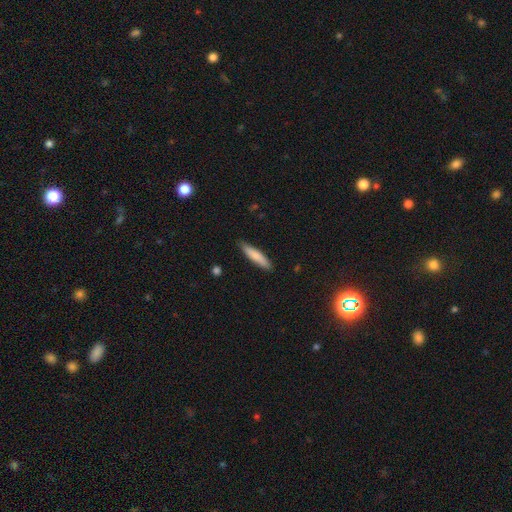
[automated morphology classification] The model was most divided on "smooth or featured": smooth: 78%, featured or disk: 17%, star or artifact: 5%. More confident: merging — none (86%); how rounded — cigar-shaped (83%).